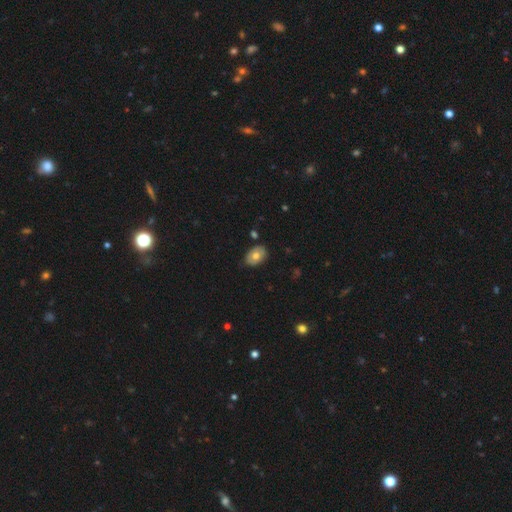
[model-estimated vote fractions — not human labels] Smooth or featured? Predicted: smooth (p=0.68). How rounded? Predicted: in between (p=0.84). Merging? Predicted: none (p=0.84).